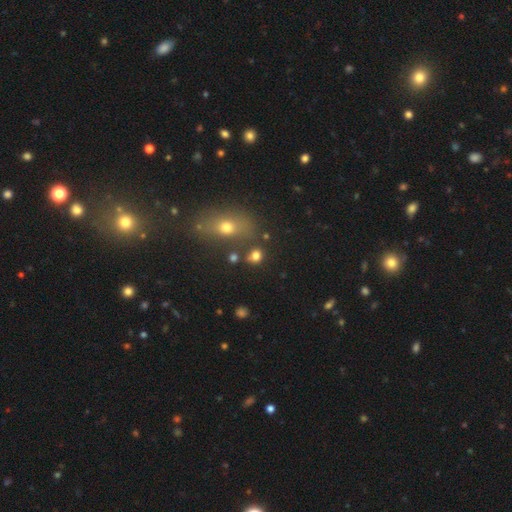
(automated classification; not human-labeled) Overall: smooth (77%). How rounded: round (62%; in between 36%). Merging: none (67%).